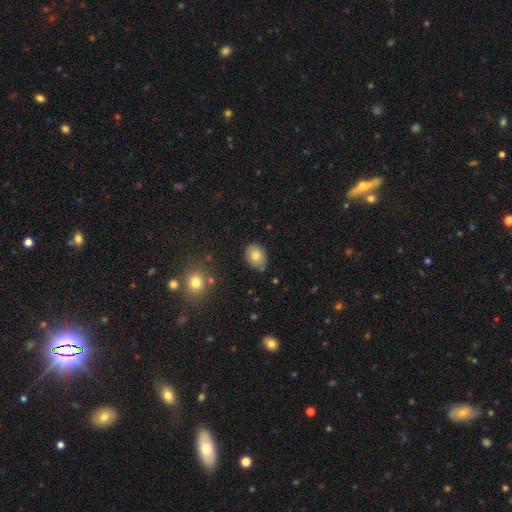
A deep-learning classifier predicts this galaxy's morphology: type=smooth (78%); roundness=in between (65%); merging=none (77%).